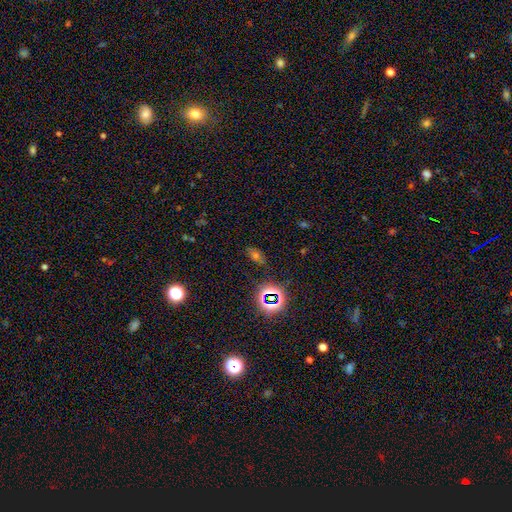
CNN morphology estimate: Q: Smooth or featured?
A: star or artifact (44%); runner-up: smooth (41%)